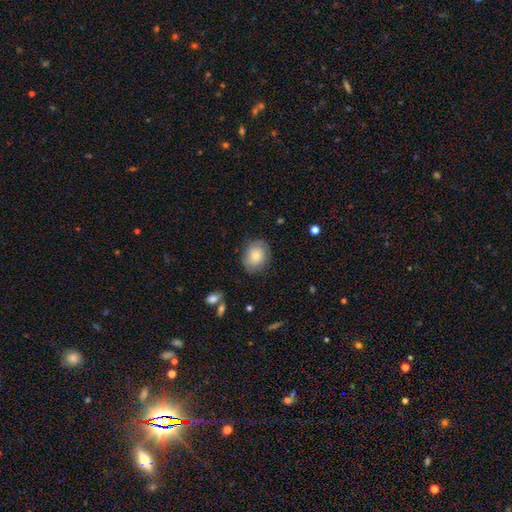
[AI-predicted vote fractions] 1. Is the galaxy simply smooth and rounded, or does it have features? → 66% smooth, 27% featured or disk, 8% star or artifact.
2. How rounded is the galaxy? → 58% round, 41% in between, 1% cigar-shaped.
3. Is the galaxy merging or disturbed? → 77% none, 17% minor disturbance, 5% major disturbance, 1% merger.